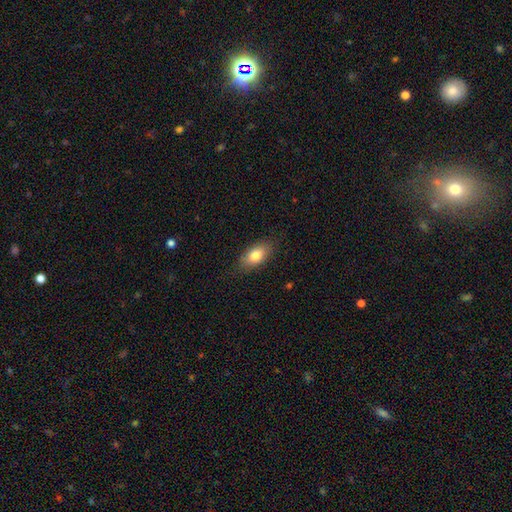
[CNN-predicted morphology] type=smooth (80%); roundness=in between (89%); merging=none (84%).